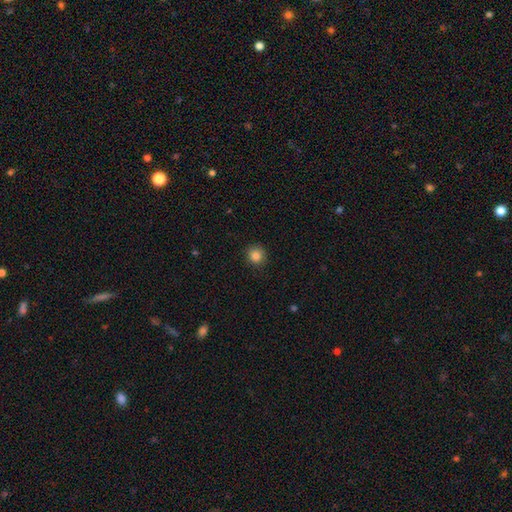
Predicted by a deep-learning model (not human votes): The model was most divided on "smooth or featured": smooth: 85%, star or artifact: 11%, featured or disk: 4%. More confident: how rounded — round (91%); merging — none (89%).